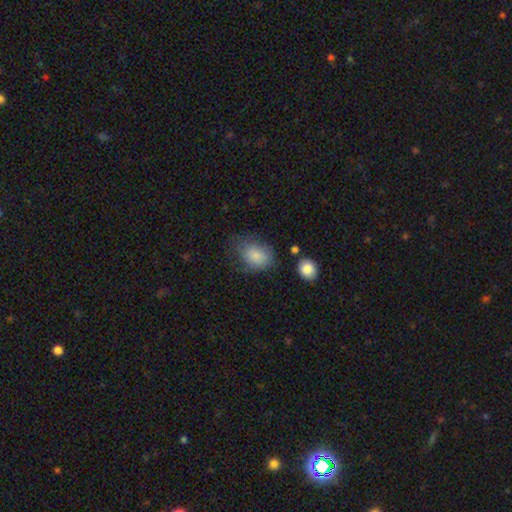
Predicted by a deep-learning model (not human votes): Smooth or featured?
  - smooth: 83% *
  - featured or disk: 9%
  - star or artifact: 8%
How rounded?
  - in between: 70% *
  - round: 29%
  - cigar-shaped: 1%
Merging?
  - none: 55% *
  - minor disturbance: 28%
  - major disturbance: 13%
  - merger: 4%